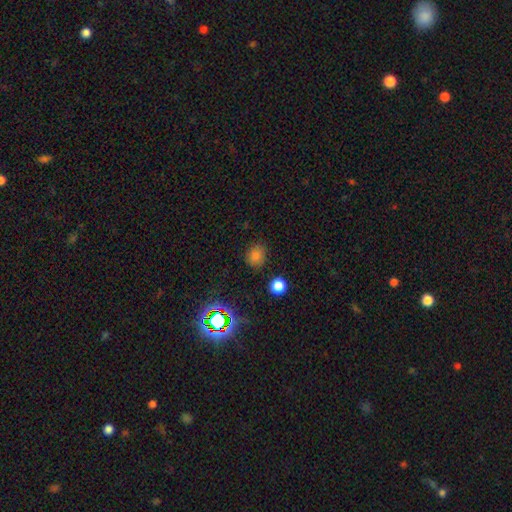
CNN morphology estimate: type=smooth (71%); roundness=round (67%); merging=none (83%).